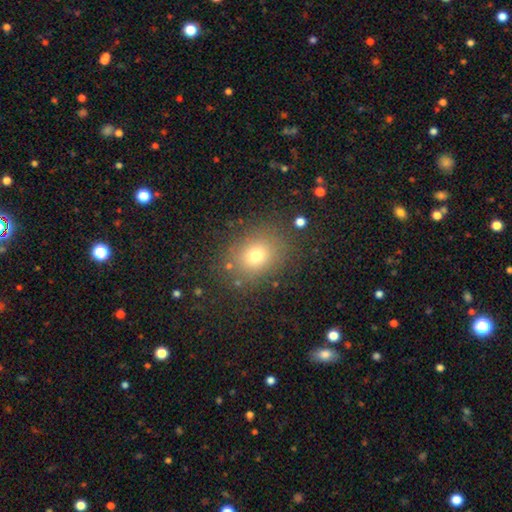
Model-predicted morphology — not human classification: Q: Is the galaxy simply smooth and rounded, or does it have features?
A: smooth — 73%.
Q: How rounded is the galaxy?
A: round — 57%.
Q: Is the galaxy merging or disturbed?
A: none — 83%.